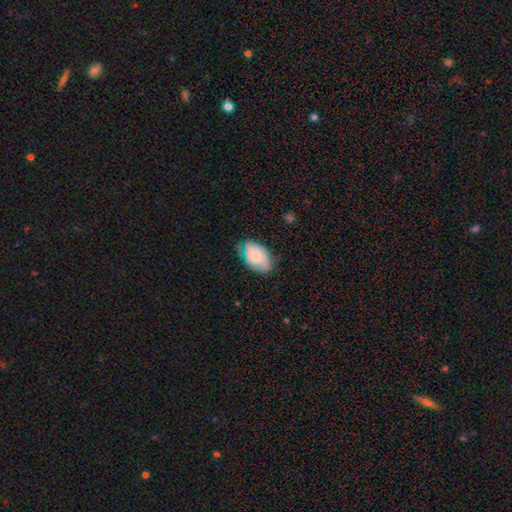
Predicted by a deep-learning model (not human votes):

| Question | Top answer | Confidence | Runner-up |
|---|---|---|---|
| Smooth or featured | smooth | 70% | featured or disk (22%) |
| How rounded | in between | 91% | round (7%) |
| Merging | none | 65% | minor disturbance (27%) |